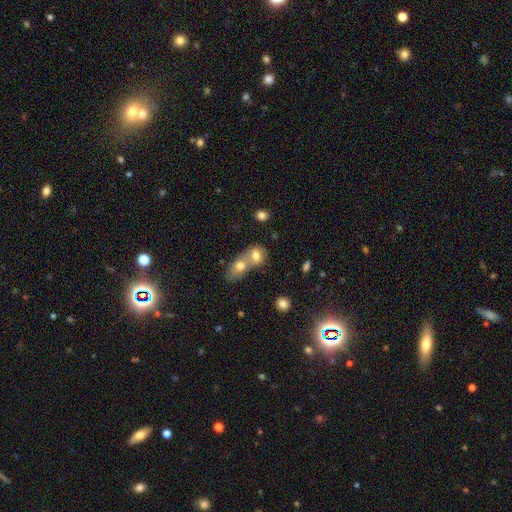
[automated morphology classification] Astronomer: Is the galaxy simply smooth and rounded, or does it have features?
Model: smooth — 72%.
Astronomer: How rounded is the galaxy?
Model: in between — 53% (runner-up: round, 44%).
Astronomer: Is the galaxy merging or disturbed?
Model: merger — 72%.